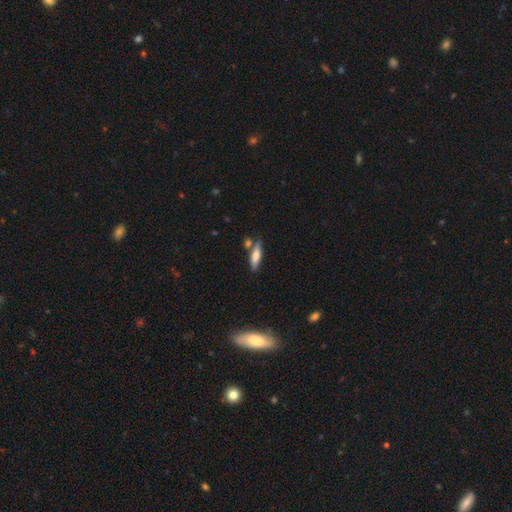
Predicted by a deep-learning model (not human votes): Smooth or featured?
  - smooth: 66% *
  - featured or disk: 27%
  - star or artifact: 7%
How rounded?
  - cigar-shaped: 63% *
  - in between: 35%
  - round: 2%
Merging?
  - none: 70% *
  - minor disturbance: 14%
  - merger: 13%
  - major disturbance: 3%